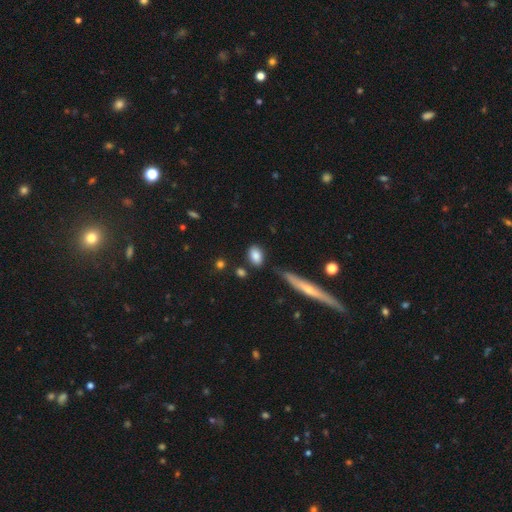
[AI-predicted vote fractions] smooth-or-featured: smooth: 84% | featured or disk: 9% | star or artifact: 7%
  how-rounded: in between: 80% | round: 14% | cigar-shaped: 6%
  merging: none: 78% | minor disturbance: 13% | merger: 5% | major disturbance: 4%